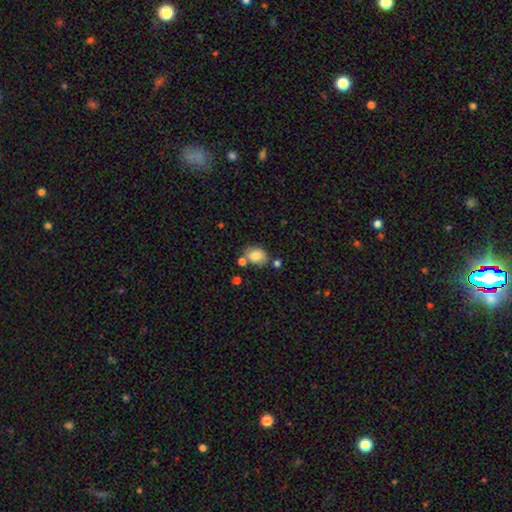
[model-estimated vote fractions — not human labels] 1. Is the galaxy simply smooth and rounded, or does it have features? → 81% smooth, 10% featured or disk, 9% star or artifact.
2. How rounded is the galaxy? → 68% in between, 30% round, 1% cigar-shaped.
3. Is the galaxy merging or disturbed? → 62% none, 18% minor disturbance, 15% merger, 5% major disturbance.